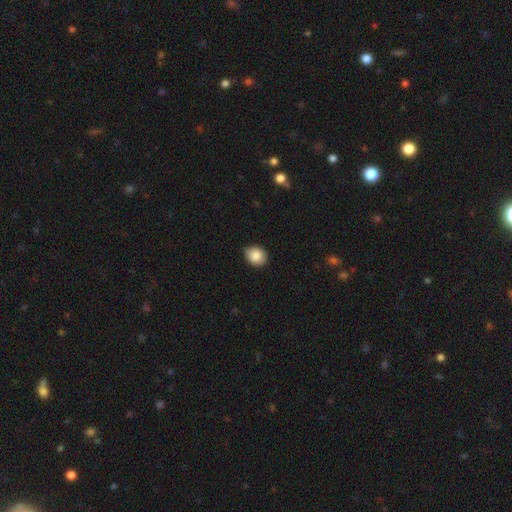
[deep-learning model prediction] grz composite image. It shows a smooth galaxy with no disk features (86%) that is round (52%). Merging: none (83%).